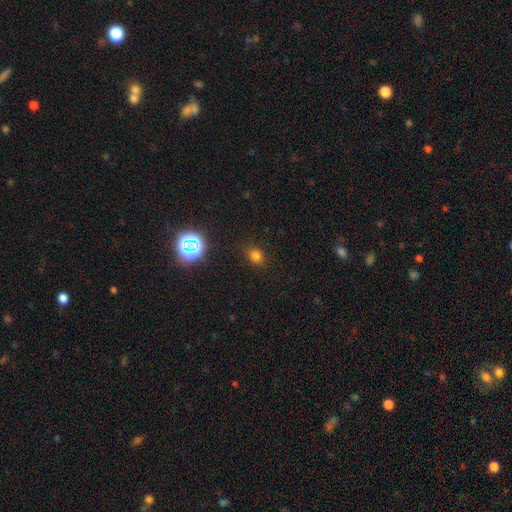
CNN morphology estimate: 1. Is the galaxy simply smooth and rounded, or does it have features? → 73% smooth, 22% star or artifact, 6% featured or disk.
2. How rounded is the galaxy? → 59% round, 40% in between, 1% cigar-shaped.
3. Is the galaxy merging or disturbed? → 84% none, 11% minor disturbance, 3% major disturbance, 2% merger.